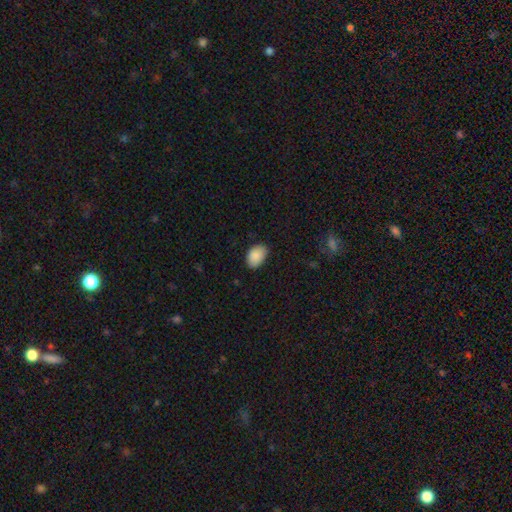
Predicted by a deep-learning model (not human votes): Smooth or featured?
  - smooth: 89% *
  - star or artifact: 7%
  - featured or disk: 4%
How rounded?
  - in between: 86% *
  - round: 13%
  - cigar-shaped: 1%
Merging?
  - none: 79% *
  - minor disturbance: 17%
  - major disturbance: 3%
  - merger: 1%